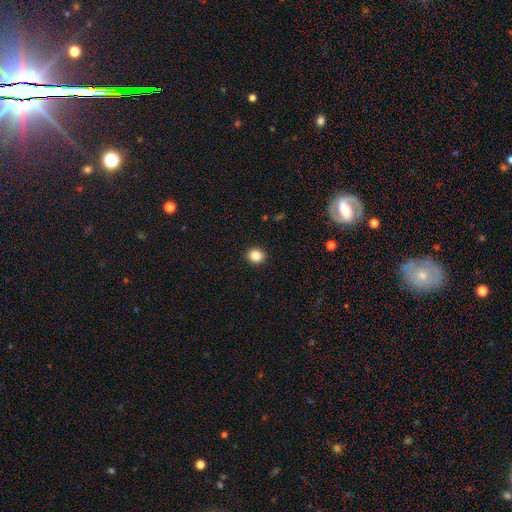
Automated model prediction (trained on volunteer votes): This appears to be a smooth galaxy with no disk features (85%) that is round (82%). Merging: none (93%).